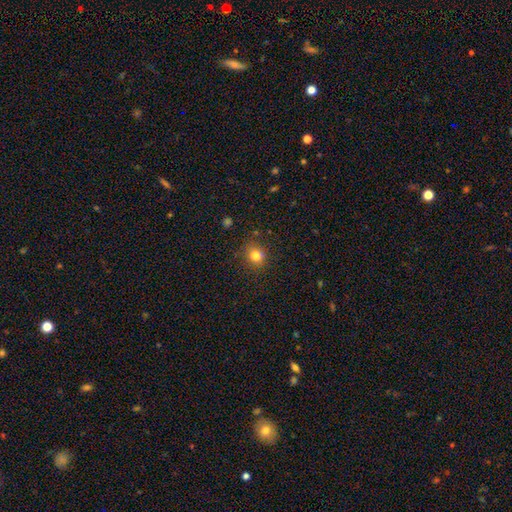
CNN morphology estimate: Smooth or featured?
  - smooth: 80% *
  - star or artifact: 13%
  - featured or disk: 6%
How rounded?
  - round: 83% *
  - in between: 16%
  - cigar-shaped: 1%
Merging?
  - none: 84% *
  - minor disturbance: 11%
  - major disturbance: 3%
  - merger: 2%